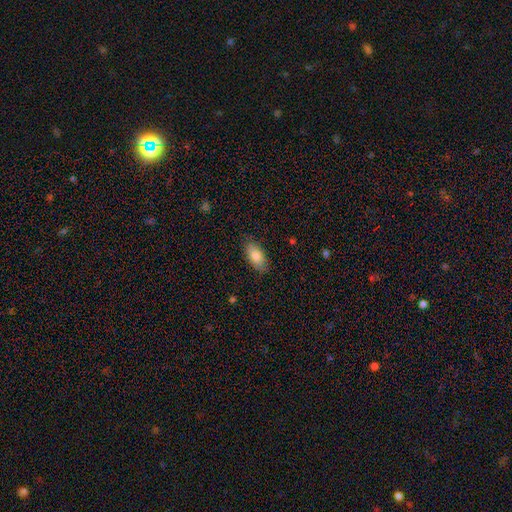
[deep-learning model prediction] smooth_or_featured: smooth (p=0.81) [alt: featured or disk p=0.12]
how_rounded: in between (p=0.90) [alt: cigar-shaped p=0.07]
merging: none (p=0.85) [alt: minor disturbance p=0.12]